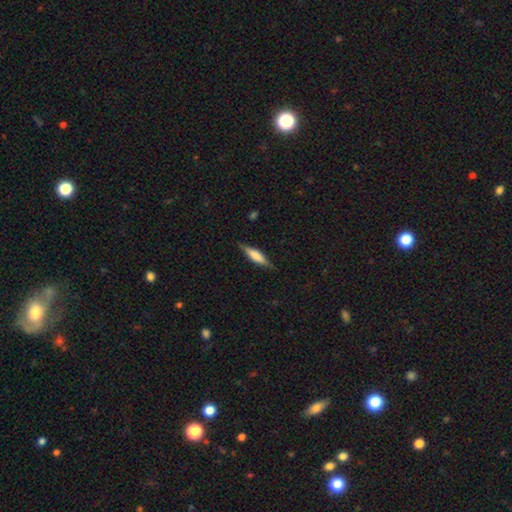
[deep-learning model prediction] smooth_or_featured: smooth (p=0.54) [alt: featured or disk p=0.40]
how_rounded: cigar-shaped (p=0.67) [alt: in between p=0.31]
merging: none (p=0.84) [alt: minor disturbance p=0.12]